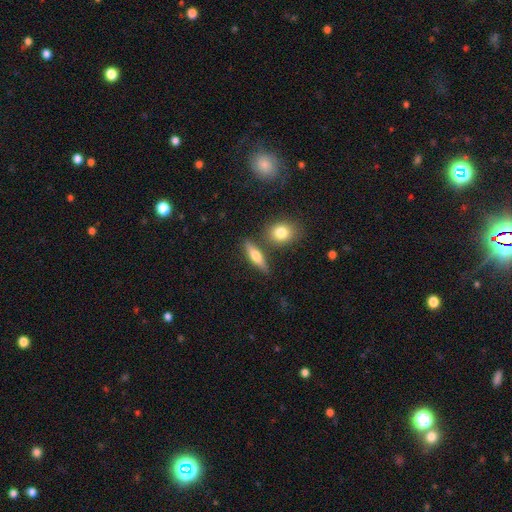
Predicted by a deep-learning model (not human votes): Q: Smooth or featured?
A: smooth (52%); runner-up: featured or disk (40%)
Q: How rounded?
A: cigar-shaped (55%); runner-up: in between (36%)
Q: Merging?
A: none (76%); runner-up: minor disturbance (11%)